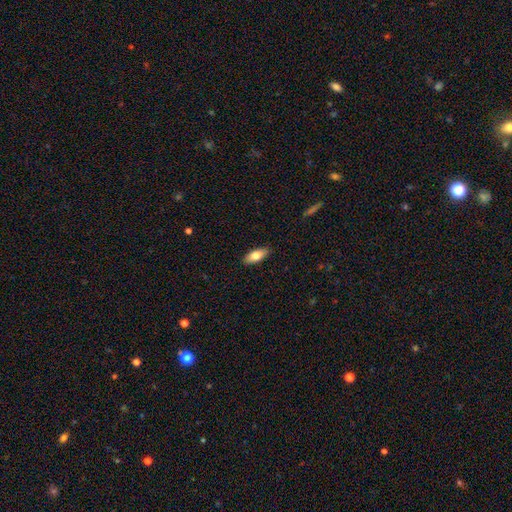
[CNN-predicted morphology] Overall: smooth (77%). How rounded: in between (81%). Merging: none (88%).